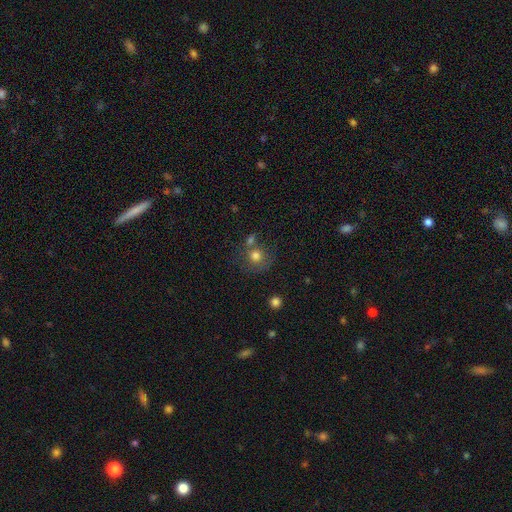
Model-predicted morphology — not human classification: type=smooth (75%); roundness=round (86%); merging=none (51%).